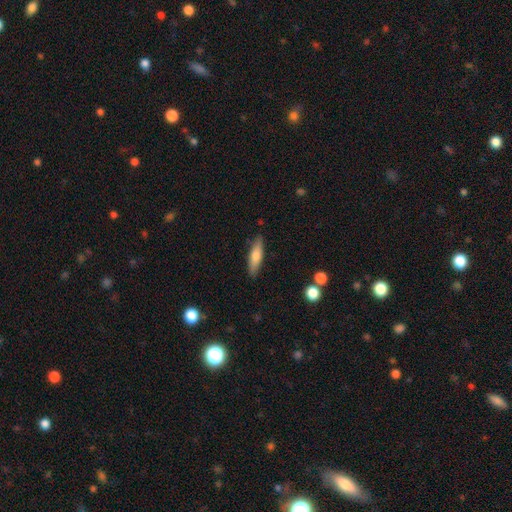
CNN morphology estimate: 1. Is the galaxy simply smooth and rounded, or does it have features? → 69% smooth, 25% featured or disk, 6% star or artifact.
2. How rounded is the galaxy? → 67% cigar-shaped, 31% in between, 2% round.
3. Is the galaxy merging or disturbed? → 86% none, 10% minor disturbance, 2% major disturbance, 2% merger.